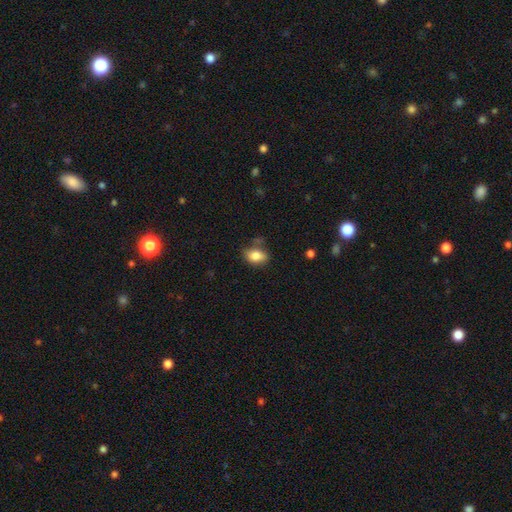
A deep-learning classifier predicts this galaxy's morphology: Overall: smooth (81%). How rounded: in between (78%). Merging: none (64%).